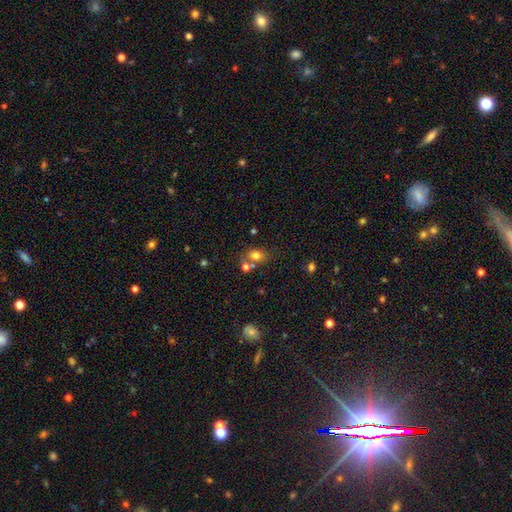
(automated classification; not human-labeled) Smooth or featured? smooth (76%)
How rounded? in between (63%)
Merging? none (54%)